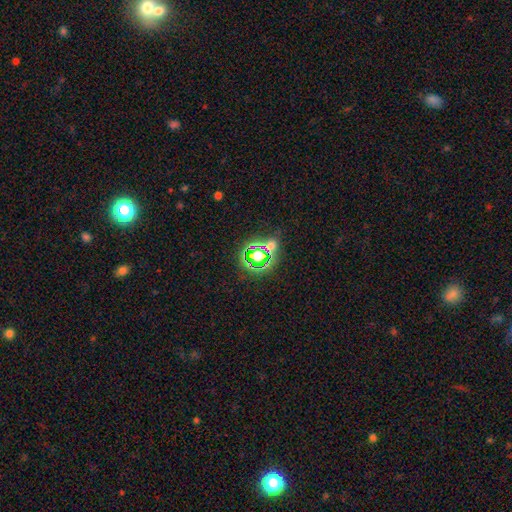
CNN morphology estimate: star or artifact 56%, smooth 33%, featured or disk 11%.